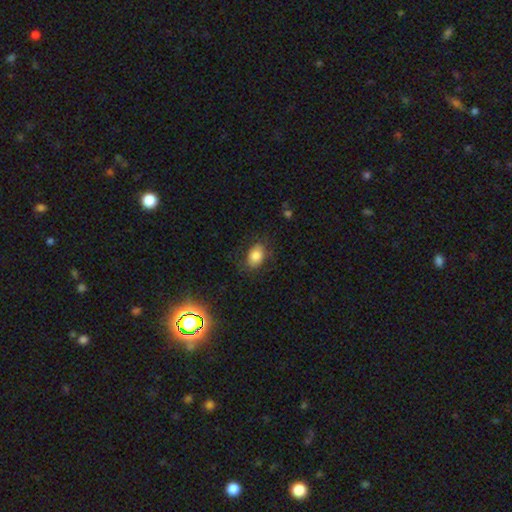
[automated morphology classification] Smooth or featured: smooth — 80% (featured or disk — 11%)
How rounded: in between — 79% (round — 20%)
Merging: none — 74% (minor disturbance — 17%)